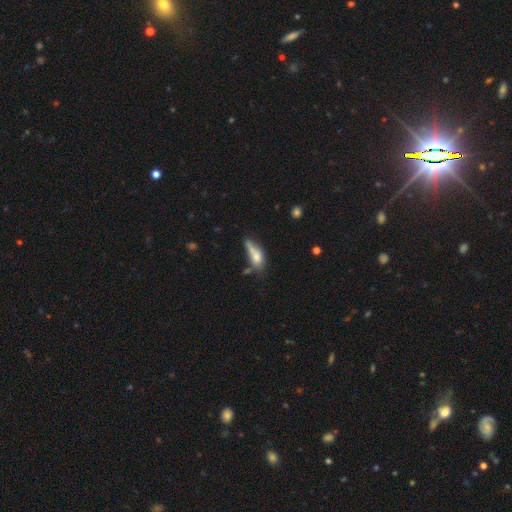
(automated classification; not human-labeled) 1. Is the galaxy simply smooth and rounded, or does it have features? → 64% smooth, 27% featured or disk, 10% star or artifact.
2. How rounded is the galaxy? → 66% in between, 28% cigar-shaped, 6% round.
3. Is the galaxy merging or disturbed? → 29% none, 27% minor disturbance, 22% merger, 22% major disturbance.